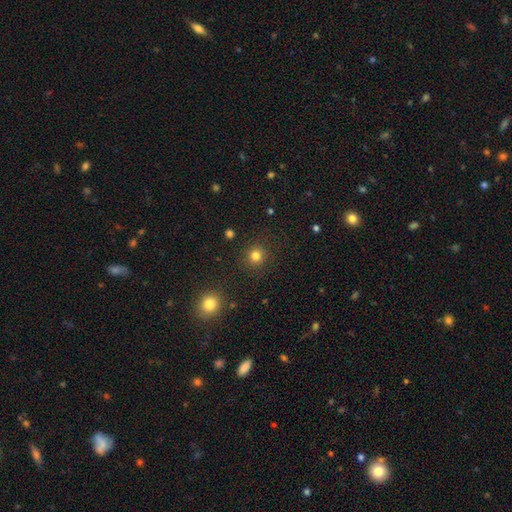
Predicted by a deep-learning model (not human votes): Smooth or featured?
  - smooth: 81% *
  - star or artifact: 14%
  - featured or disk: 5%
How rounded?
  - round: 92% *
  - in between: 7%
  - cigar-shaped: 1%
Merging?
  - none: 90% *
  - minor disturbance: 6%
  - major disturbance: 3%
  - merger: 2%